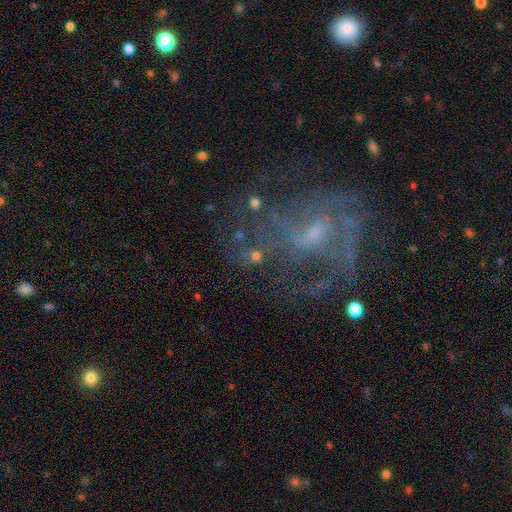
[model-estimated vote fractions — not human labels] A smooth galaxy with no disk features (38%).

Vote fractions:
- Smooth or featured? smooth: 38% / star or artifact: 31% / featured or disk: 30%
- Merging? none: 58% / major disturbance: 16% / minor disturbance: 15% / merger: 11%